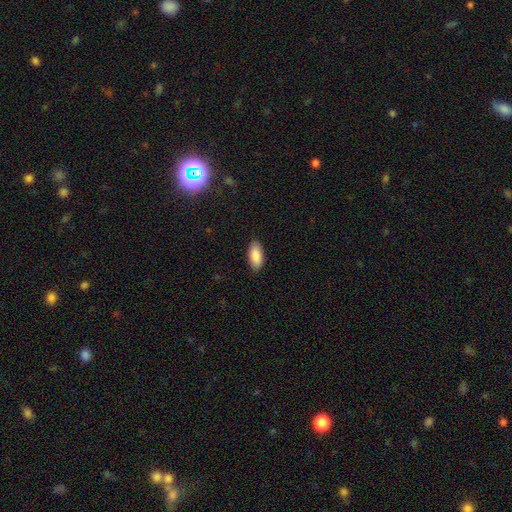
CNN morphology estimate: A smooth galaxy with no disk features (89%) that is in between round and cigar-shaped (88%). Merging: none (89%).